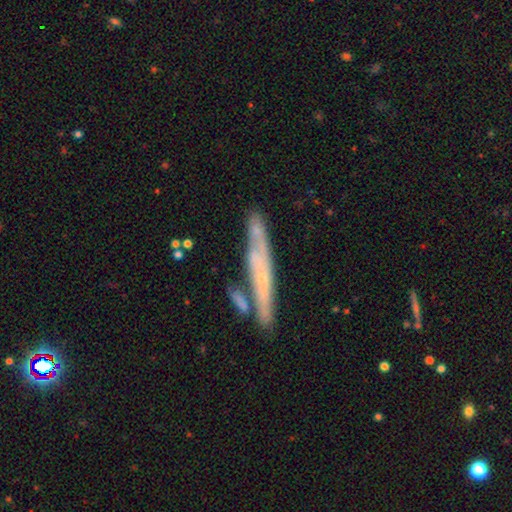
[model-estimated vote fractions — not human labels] Smooth or featured? Predicted: featured or disk (p=0.53). Edge-on disk? Predicted: yes (p=0.67). Merging? Predicted: none (p=0.62).